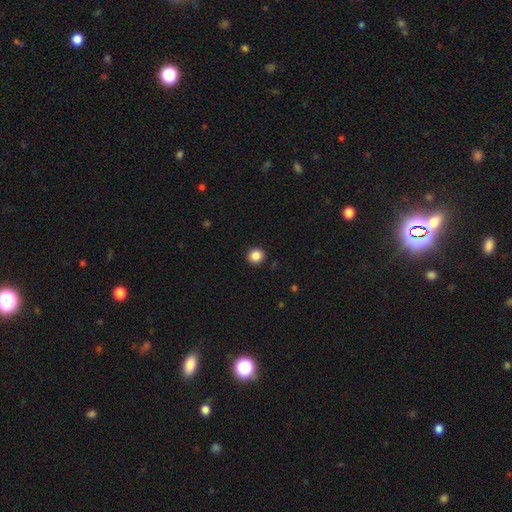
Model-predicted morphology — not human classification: Smooth or featured? Predicted: smooth (p=0.87). How rounded? Predicted: round (p=0.93). Merging? Predicted: none (p=0.92).